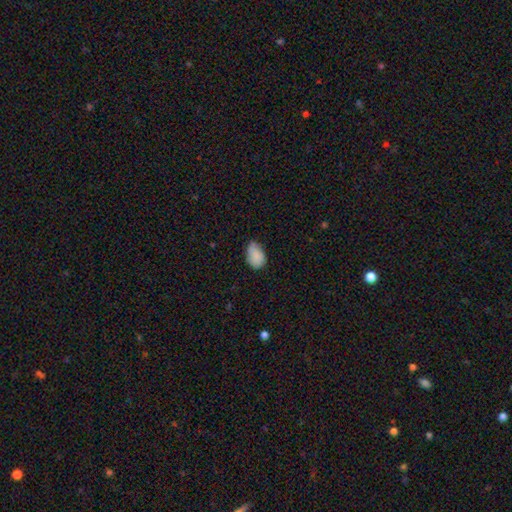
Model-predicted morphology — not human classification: smooth 85%, featured or disk 7%, star or artifact 7%. Down the decision tree: how rounded — in between (85%); merging — none (53%).